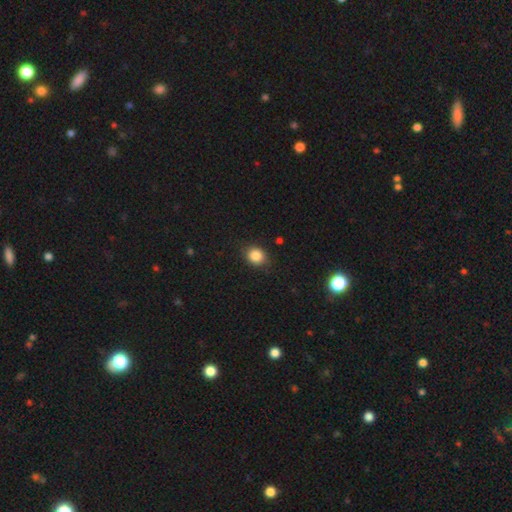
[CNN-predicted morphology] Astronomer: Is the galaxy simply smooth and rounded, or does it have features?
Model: smooth — 85%.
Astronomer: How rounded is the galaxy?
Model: round — 68%.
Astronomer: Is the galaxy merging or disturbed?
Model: none — 84%.